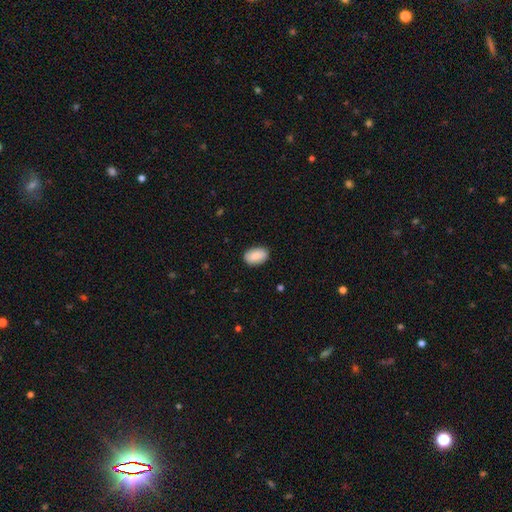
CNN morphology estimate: Smooth or featured?
  - smooth: 88% *
  - star or artifact: 6%
  - featured or disk: 5%
How rounded?
  - in between: 90% *
  - round: 9%
  - cigar-shaped: 1%
Merging?
  - none: 86% *
  - minor disturbance: 11%
  - major disturbance: 2%
  - merger: 1%